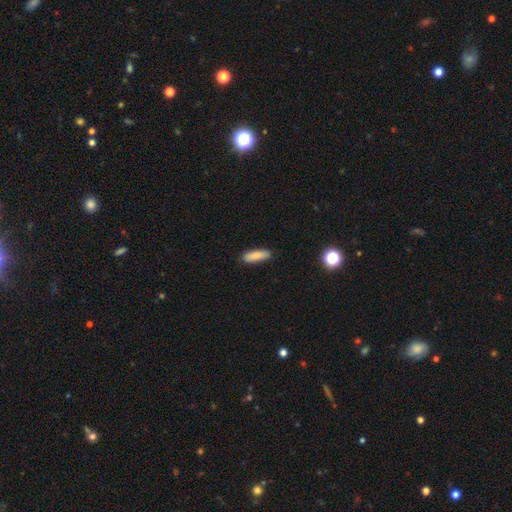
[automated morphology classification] type=smooth (84%); roundness=cigar-shaped (50%); merging=none (88%).